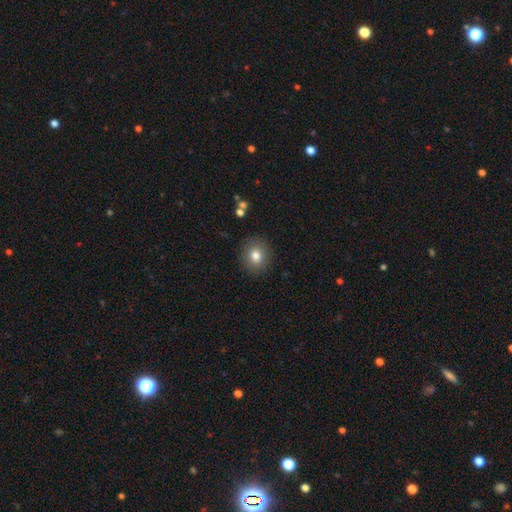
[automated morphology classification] type=smooth (80%); roundness=round (79%); merging=none (89%).